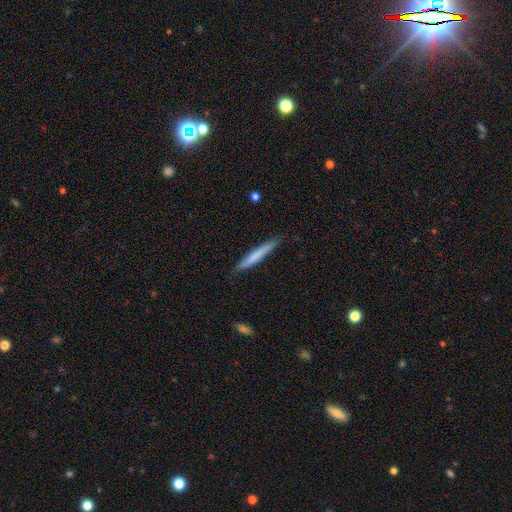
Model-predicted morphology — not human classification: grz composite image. It shows a smooth galaxy with no disk features (68%) that is cigar-shaped (95%). Merging: none (86%).